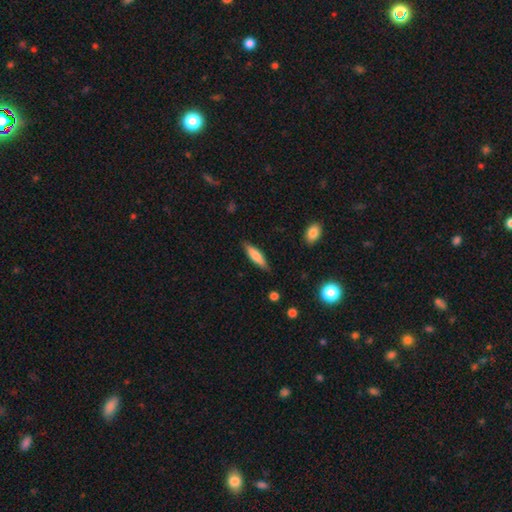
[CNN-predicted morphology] This appears to be a smooth galaxy with no disk features (73%) that is cigar-shaped (70%). Merging: none (82%).